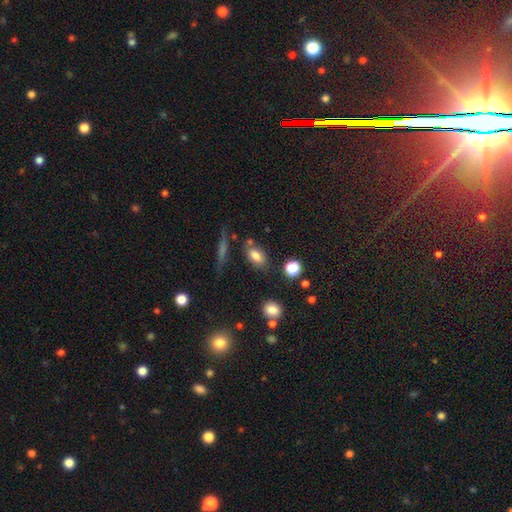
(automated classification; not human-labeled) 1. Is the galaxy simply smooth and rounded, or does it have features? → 79% smooth, 11% star or artifact, 10% featured or disk.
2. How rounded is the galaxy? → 83% in between, 10% round, 7% cigar-shaped.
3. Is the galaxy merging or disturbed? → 68% none, 16% minor disturbance, 10% merger, 5% major disturbance.